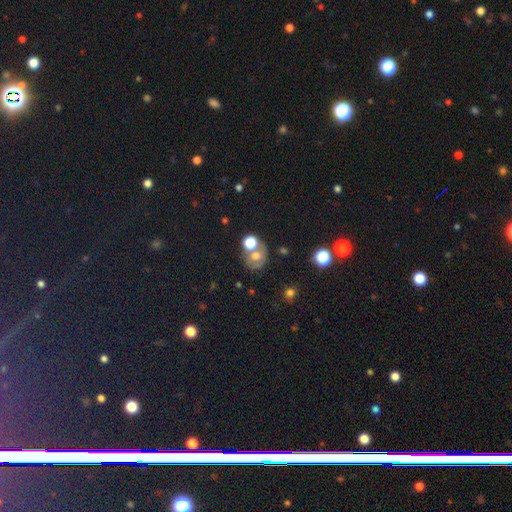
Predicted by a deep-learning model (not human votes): A smooth galaxy with no disk features (58%) that is round (66%).

Vote fractions:
- Smooth or featured? smooth: 58% / featured or disk: 26% / star or artifact: 16%
- How rounded? round: 66% / in between: 33% / cigar-shaped: 1%
- Merging? none: 46% / merger: 33% / minor disturbance: 14% / major disturbance: 8%